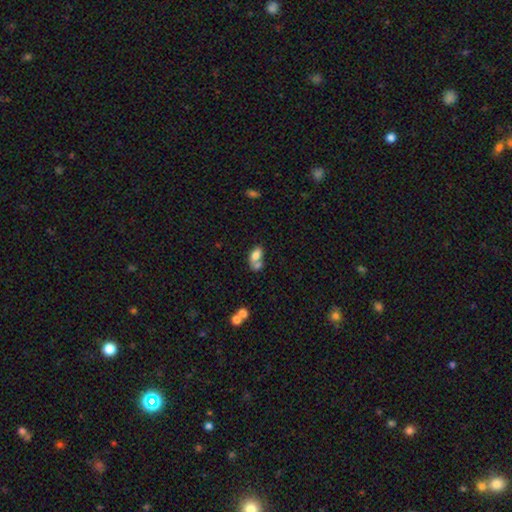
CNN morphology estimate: Smooth or featured?
  - smooth: 75% *
  - featured or disk: 15%
  - star or artifact: 9%
How rounded?
  - in between: 87% *
  - round: 10%
  - cigar-shaped: 2%
Merging?
  - merger: 55% *
  - none: 27%
  - minor disturbance: 11%
  - major disturbance: 6%